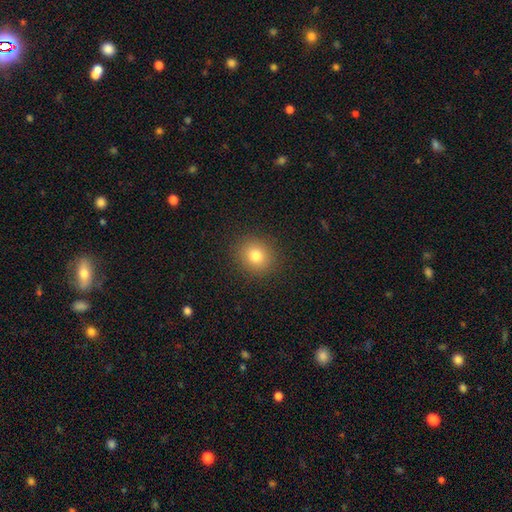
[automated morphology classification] type=smooth (80%); roundness=round (78%); merging=none (90%).